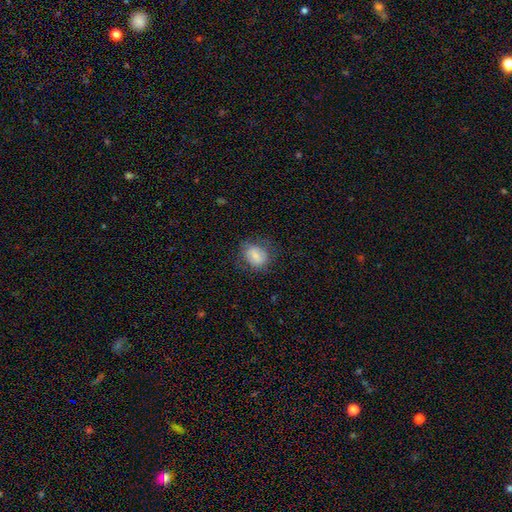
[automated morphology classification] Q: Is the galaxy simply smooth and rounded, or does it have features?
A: smooth — 74%.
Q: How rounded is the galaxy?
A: round — 57%.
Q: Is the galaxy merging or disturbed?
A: none — 69%.